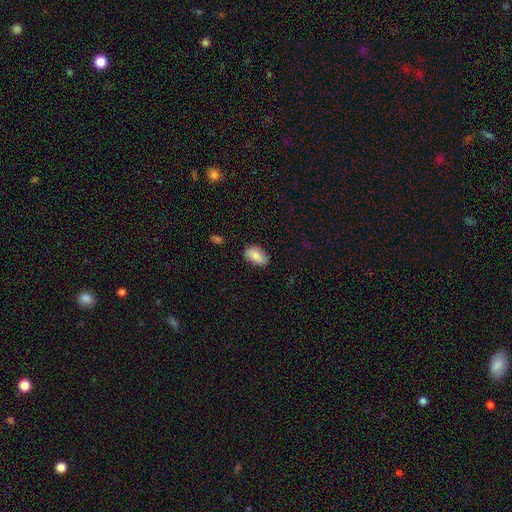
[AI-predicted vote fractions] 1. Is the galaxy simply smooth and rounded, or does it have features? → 83% smooth, 10% featured or disk, 7% star or artifact.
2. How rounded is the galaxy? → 92% in between, 5% round, 2% cigar-shaped.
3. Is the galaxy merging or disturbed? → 78% none, 18% minor disturbance, 3% major disturbance, 1% merger.